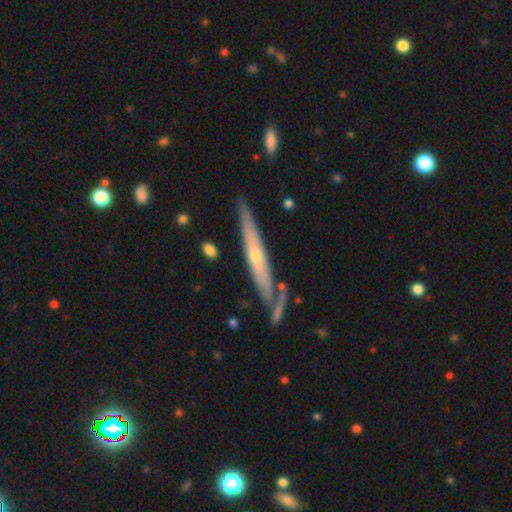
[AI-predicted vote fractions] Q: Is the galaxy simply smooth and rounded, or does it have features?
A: featured or disk — 74%.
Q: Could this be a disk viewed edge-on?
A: yes — 78%.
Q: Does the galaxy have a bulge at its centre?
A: rounded — 63%.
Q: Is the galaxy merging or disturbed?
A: none — 72%.